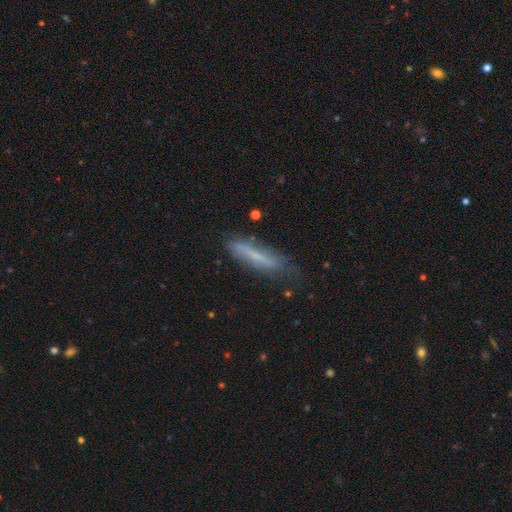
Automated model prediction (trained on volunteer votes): Smooth or featured: smooth — 54% (featured or disk — 38%)
How rounded: cigar-shaped — 86% (in between — 13%)
Merging: none — 66% (minor disturbance — 24%)